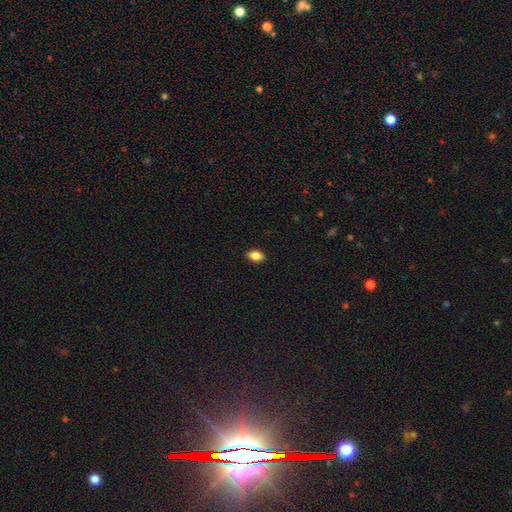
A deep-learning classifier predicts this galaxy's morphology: smooth_or_featured: smooth (p=0.85) [alt: star or artifact p=0.08]
how_rounded: in between (p=0.88) [alt: round p=0.09]
merging: none (p=0.88) [alt: minor disturbance p=0.09]